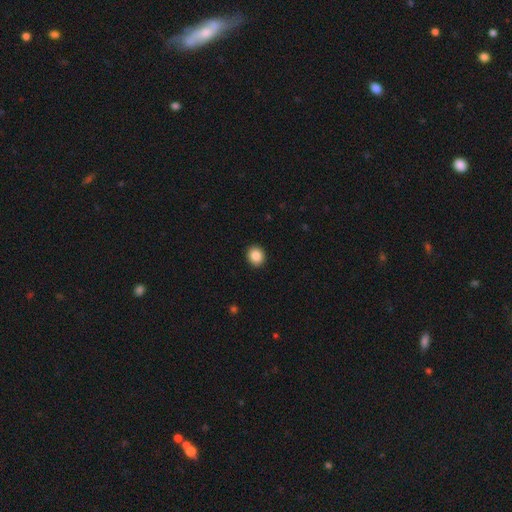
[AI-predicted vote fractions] This appears to be a smooth galaxy with no disk features (87%) that is round (81%). Merging: none (93%).